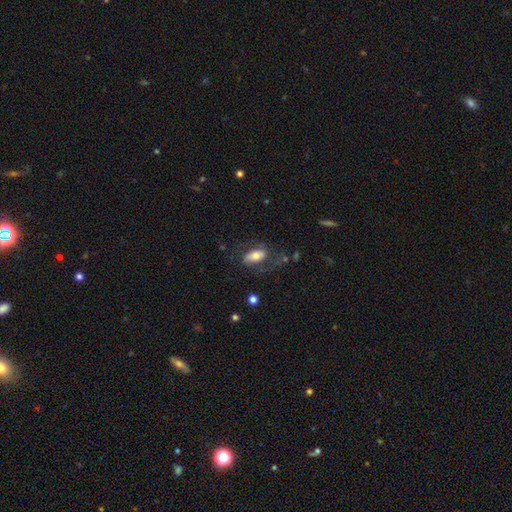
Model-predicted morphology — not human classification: smooth-or-featured: smooth: 50% | featured or disk: 42% | star or artifact: 7%
  how-rounded: in between: 87% | cigar-shaped: 8% | round: 5%
  merging: none: 54% | major disturbance: 23% | minor disturbance: 20% | merger: 3%